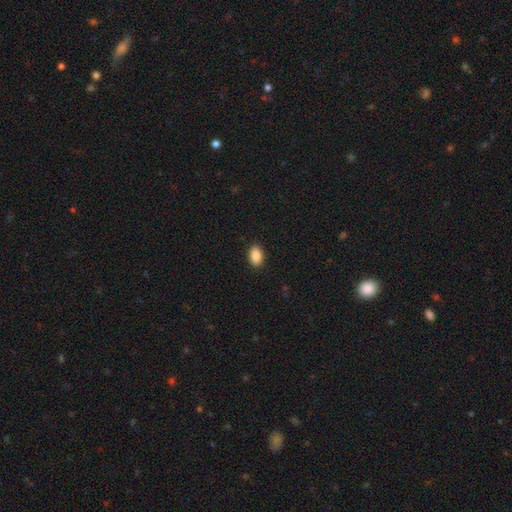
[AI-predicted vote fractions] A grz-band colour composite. It shows a smooth galaxy with no disk features (89%) that is in between round and cigar-shaped (91%). Merging: none (90%).